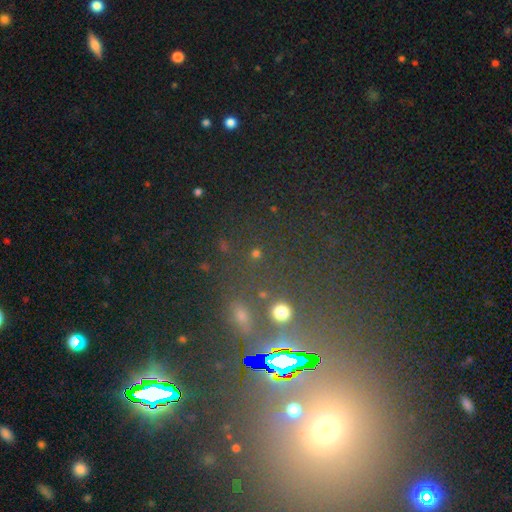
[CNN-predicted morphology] Smooth or featured: star or artifact — 66% (smooth — 25%)